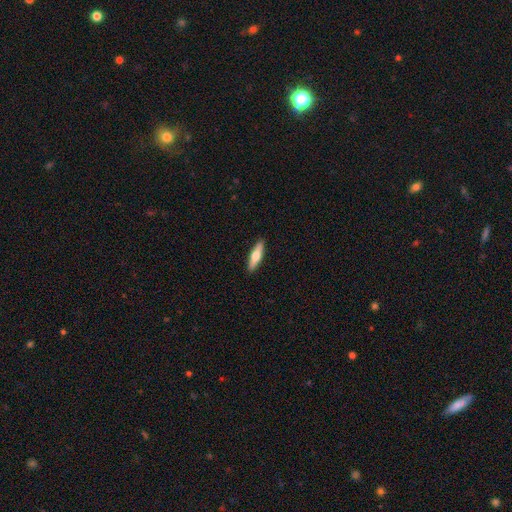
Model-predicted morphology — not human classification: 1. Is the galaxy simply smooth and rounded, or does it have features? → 55% smooth, 40% featured or disk, 5% star or artifact.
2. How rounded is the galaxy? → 73% cigar-shaped, 25% in between, 2% round.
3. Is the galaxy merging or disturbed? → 91% none, 6% minor disturbance, 1% major disturbance, 1% merger.